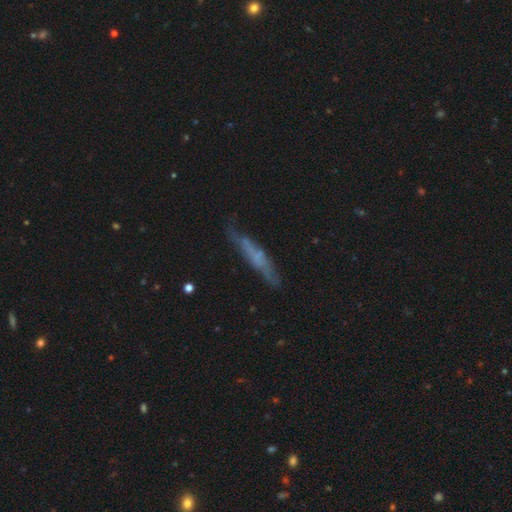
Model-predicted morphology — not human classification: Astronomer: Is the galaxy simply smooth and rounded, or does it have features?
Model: featured or disk — 50% (runner-up: smooth, 41%).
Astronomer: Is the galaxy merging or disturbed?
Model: none — 67%.